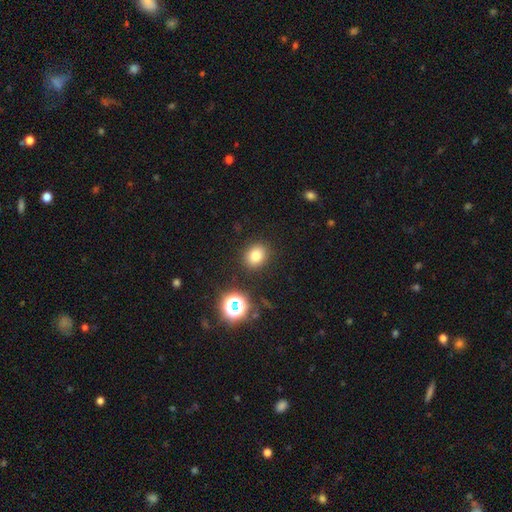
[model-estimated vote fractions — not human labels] Smooth or featured: smooth — 78% (star or artifact — 15%)
How rounded: round — 64% (in between — 35%)
Merging: none — 88% (minor disturbance — 7%)